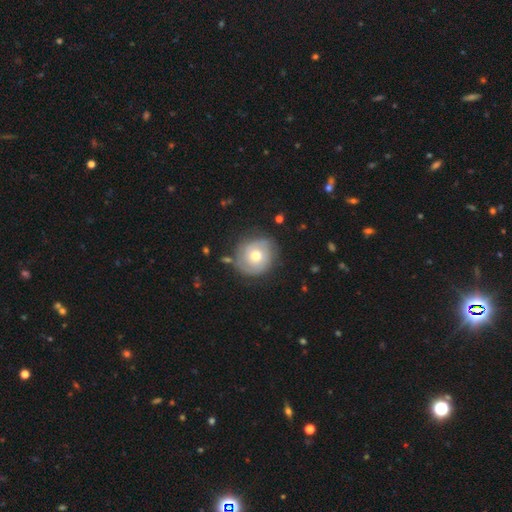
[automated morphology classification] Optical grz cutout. It shows a featured or disk galaxy (51%). Merging: none (78%).